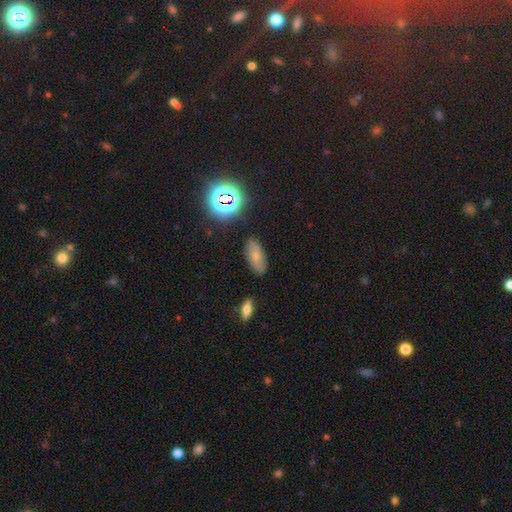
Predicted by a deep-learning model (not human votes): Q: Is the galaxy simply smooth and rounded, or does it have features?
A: smooth — 66%.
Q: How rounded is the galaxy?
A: in between — 84%.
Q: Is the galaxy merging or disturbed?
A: none — 83%.